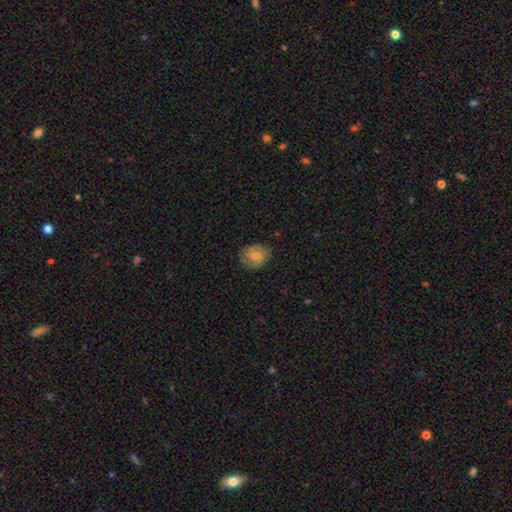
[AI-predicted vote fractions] Q: Smooth or featured?
A: featured or disk (46%); tied with: smooth (46%)
Q: Merging?
A: none (76%); runner-up: minor disturbance (18%)